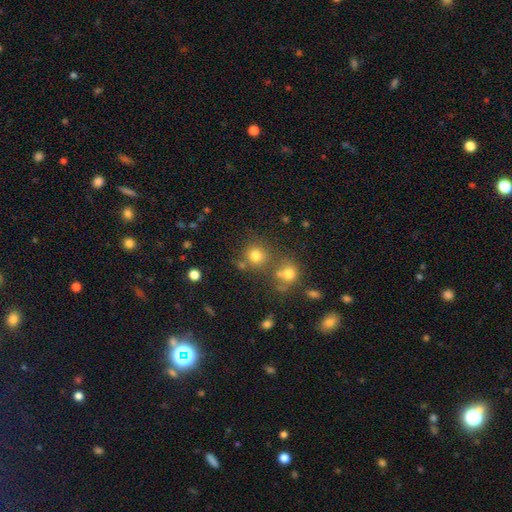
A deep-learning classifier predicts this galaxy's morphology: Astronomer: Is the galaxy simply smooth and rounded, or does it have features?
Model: smooth — 77%.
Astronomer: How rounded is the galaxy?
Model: round — 88%.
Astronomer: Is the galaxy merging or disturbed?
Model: none — 68%.